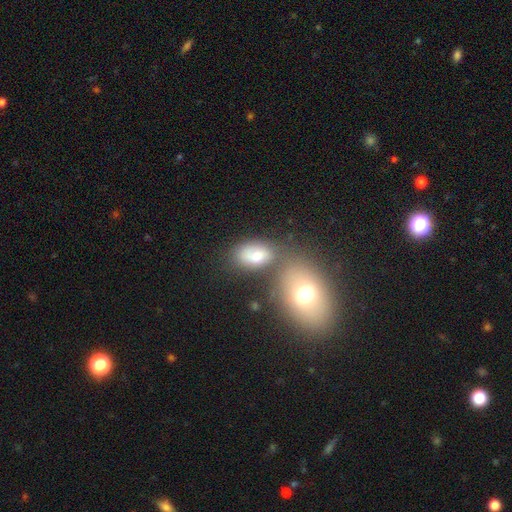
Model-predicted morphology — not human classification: Overall: smooth (66%). How rounded: in between (82%). Merging: none (53%; merger 25%).